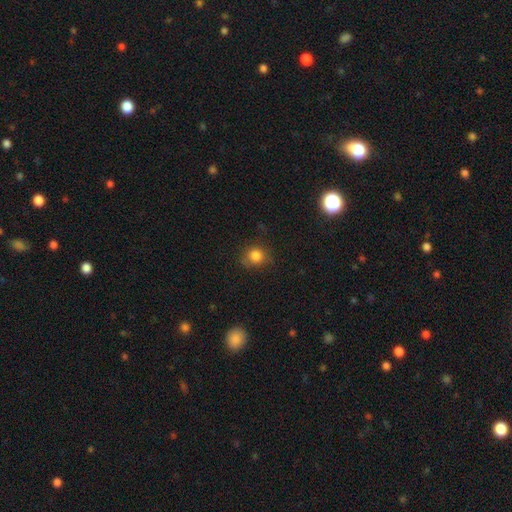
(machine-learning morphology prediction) type=smooth (82%); roundness=round (83%); merging=none (75%).